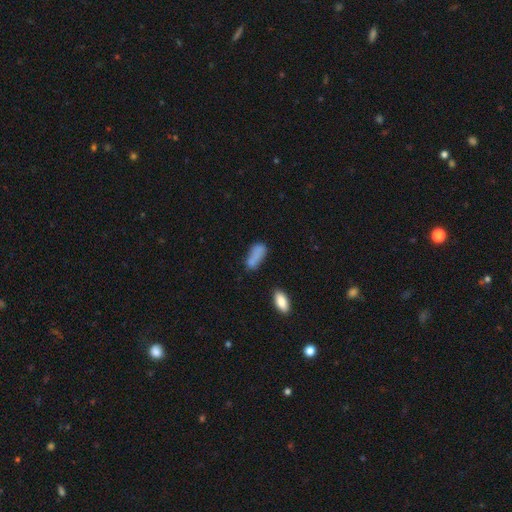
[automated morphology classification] Smooth or featured: smooth — 77% (featured or disk — 13%)
How rounded: in between — 78% (cigar-shaped — 18%)
Merging: none — 45% (minor disturbance — 25%)